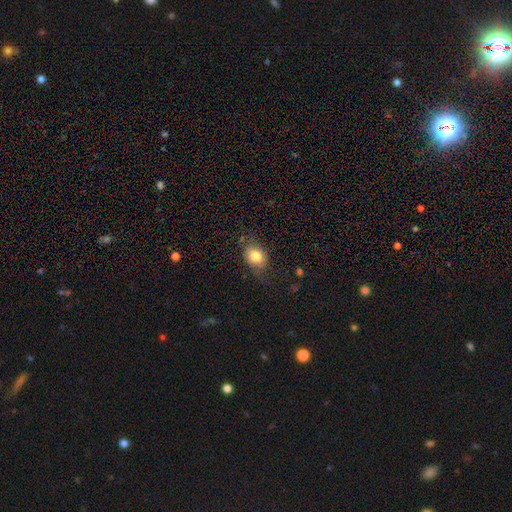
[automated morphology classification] type=smooth (77%); roundness=in between (72%); merging=none (67%).